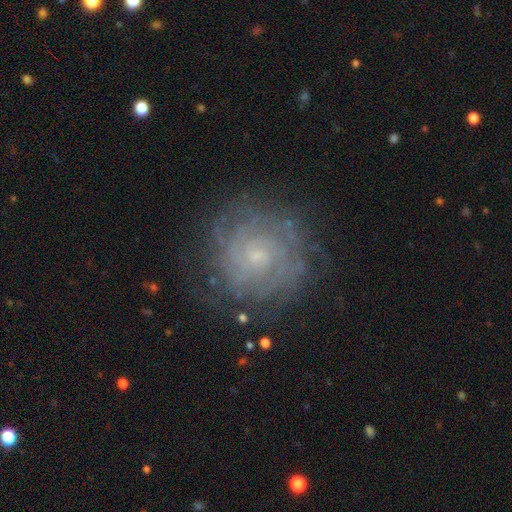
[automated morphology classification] smooth_or_featured: featured or disk (p=0.76) [alt: smooth p=0.15]
disk_edge_on: no (p=0.98) [alt: yes p=0.02]
bar: no (p=0.75) [alt: weak p=0.22]
has_spiral_arms: yes (p=0.91) [alt: no p=0.09]
spiral_winding: tight (p=0.76) [alt: medium p=0.19]
spiral_arm_count: can't tell (p=0.47) [alt: 2 p=0.15]
bulge_size: small (p=0.77) [alt: moderate p=0.16]
merging: none (p=0.78) [alt: minor disturbance p=0.14]